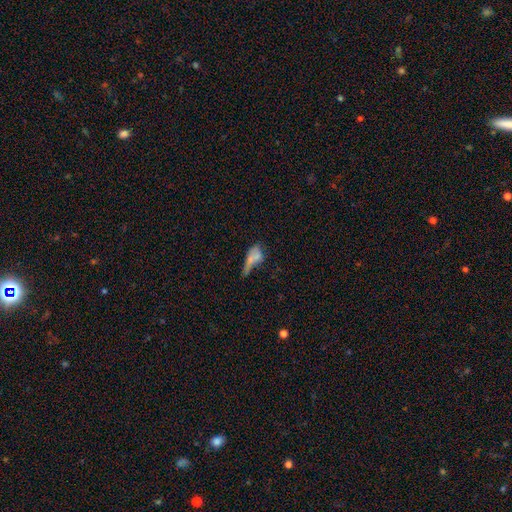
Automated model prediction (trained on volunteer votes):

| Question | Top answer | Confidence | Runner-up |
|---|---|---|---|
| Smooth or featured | smooth | 52% | featured or disk (31%) |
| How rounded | in between | 66% | cigar-shaped (26%) |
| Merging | major disturbance | 33% | none (25%) |